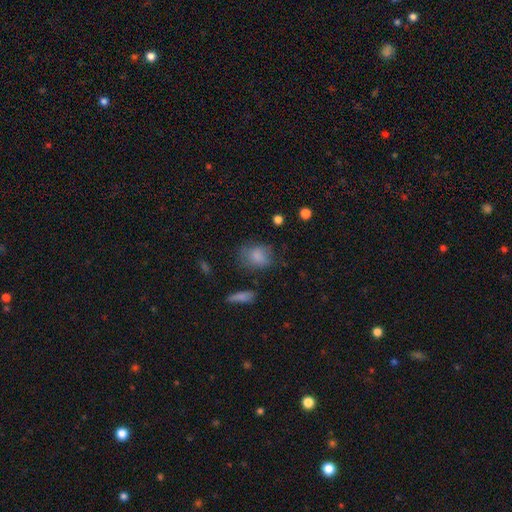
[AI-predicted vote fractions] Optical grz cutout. It shows a smooth galaxy with no disk features (77%) that is in between round and cigar-shaped (59%). Merging: none (61%).